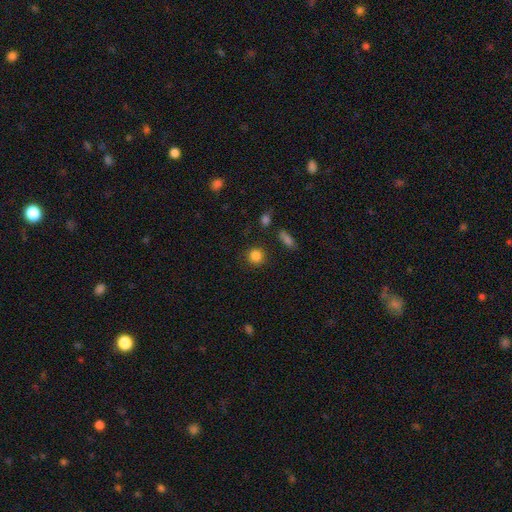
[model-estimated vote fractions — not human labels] A smooth galaxy with no disk features (85%) that is round (89%). Merging: none (87%).